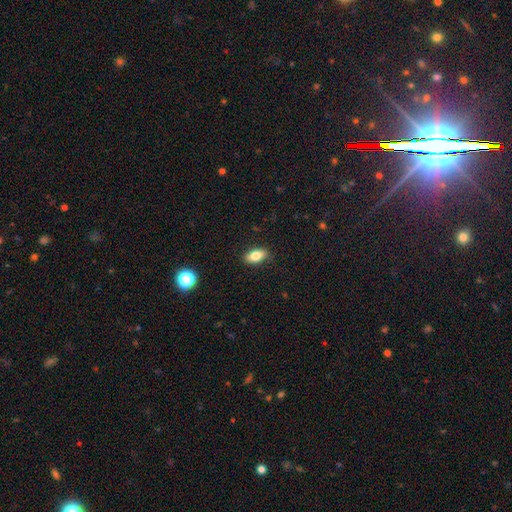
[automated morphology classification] A smooth galaxy with no disk features (80%) that is in between round and cigar-shaped (87%).

Vote fractions:
- Smooth or featured? smooth: 80% / featured or disk: 12% / star or artifact: 8%
- How rounded? in between: 87% / cigar-shaped: 8% / round: 4%
- Merging? none: 88% / minor disturbance: 9% / major disturbance: 2% / merger: 1%